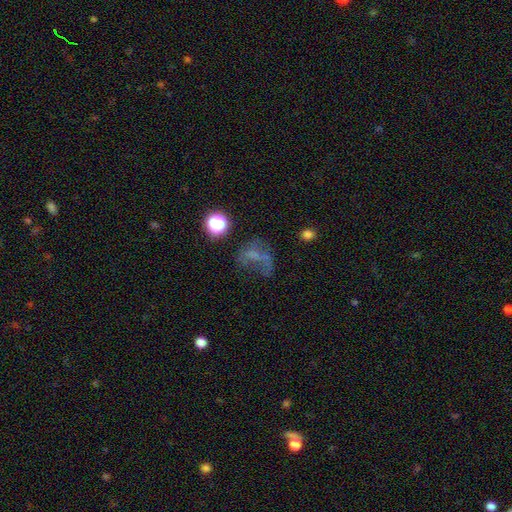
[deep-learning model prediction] Morphology: type=featured or disk (36%); merging=major disturbance (40%).